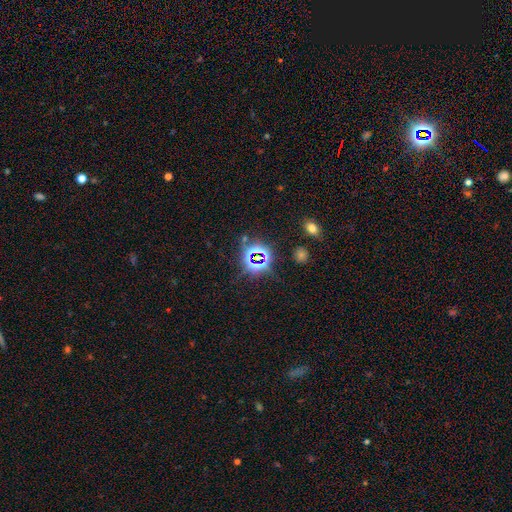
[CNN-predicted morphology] Smooth or featured: star or artifact — 76% (smooth — 15%)